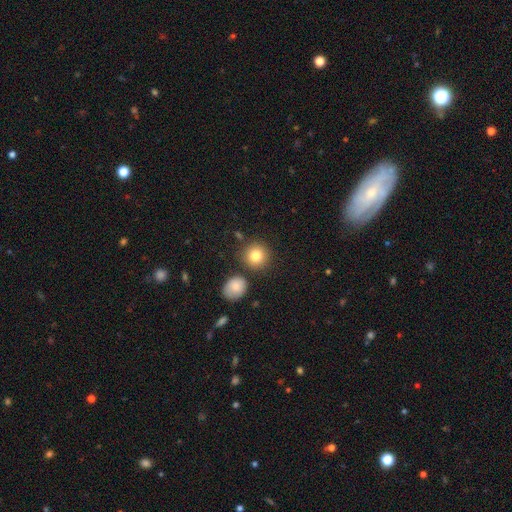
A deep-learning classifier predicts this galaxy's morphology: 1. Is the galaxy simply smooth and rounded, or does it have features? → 82% smooth, 10% star or artifact, 8% featured or disk.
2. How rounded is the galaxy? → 90% round, 9% in between, 1% cigar-shaped.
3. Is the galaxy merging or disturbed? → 80% none, 9% minor disturbance, 8% merger, 3% major disturbance.